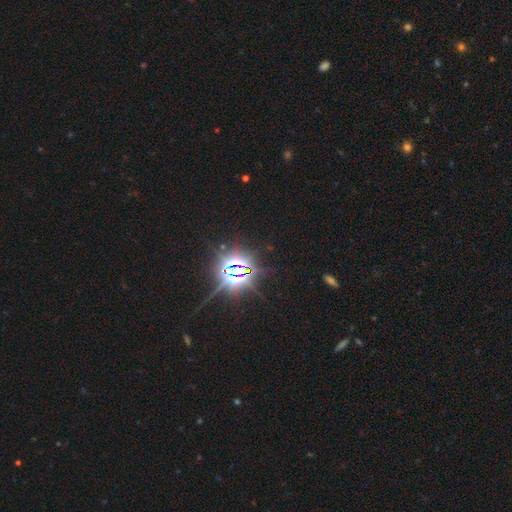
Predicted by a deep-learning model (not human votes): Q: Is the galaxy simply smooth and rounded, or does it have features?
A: star or artifact — 86%.